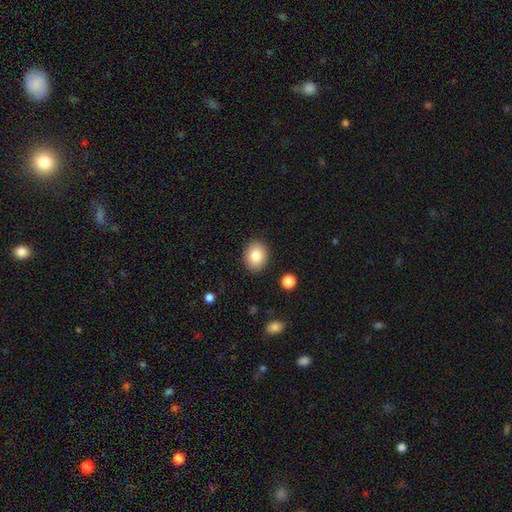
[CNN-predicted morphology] smooth-or-featured: smooth: 84% | star or artifact: 8% | featured or disk: 8%
  how-rounded: round: 53% | in between: 47% | cigar-shaped: 1%
  merging: none: 89% | minor disturbance: 8% | major disturbance: 2% | merger: 1%